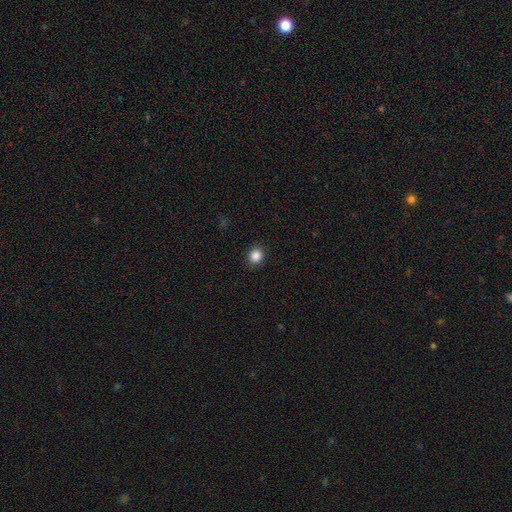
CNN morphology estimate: Smooth or featured? smooth (86%)
How rounded? round (82%)
Merging? none (92%)